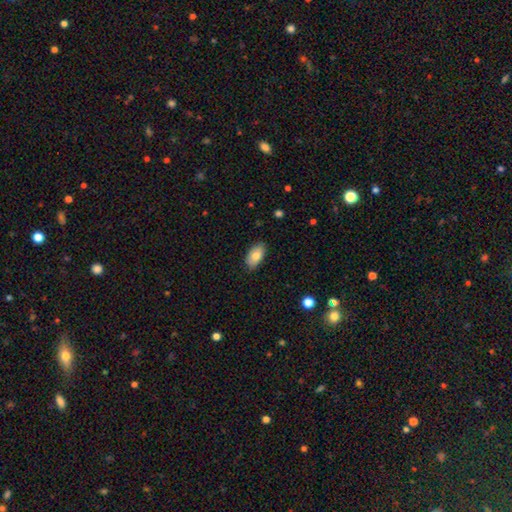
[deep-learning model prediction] Morphology: type=smooth (80%); roundness=in between (94%); merging=none (85%).